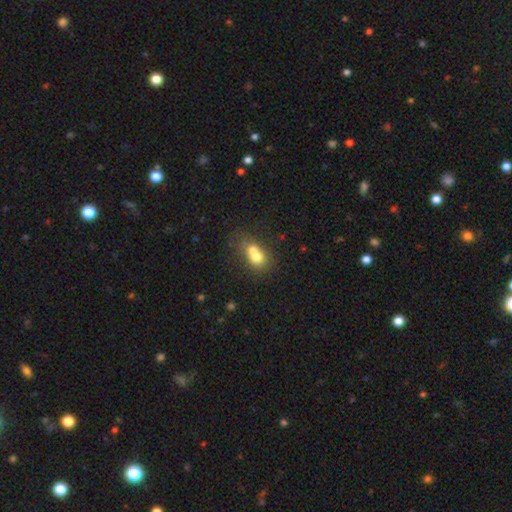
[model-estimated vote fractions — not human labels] Smooth or featured: smooth — 66% (featured or disk — 23%)
How rounded: round — 59% (in between — 39%)
Merging: merger — 65% (none — 24%)